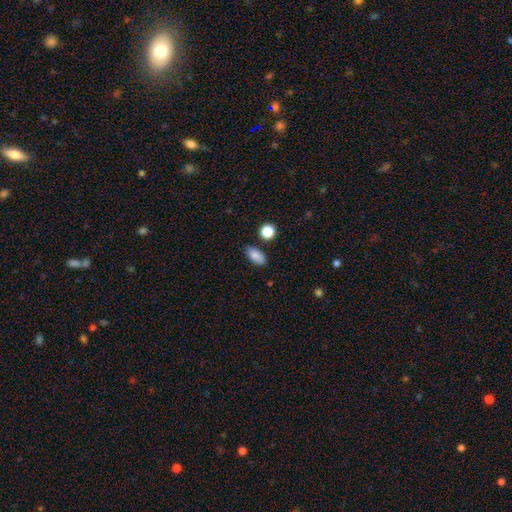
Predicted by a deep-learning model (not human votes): The model was most divided on "merging": none: 81%, minor disturbance: 13%, merger: 4%, major disturbance: 3%. More confident: how rounded — in between (89%); smooth or featured — smooth (86%).